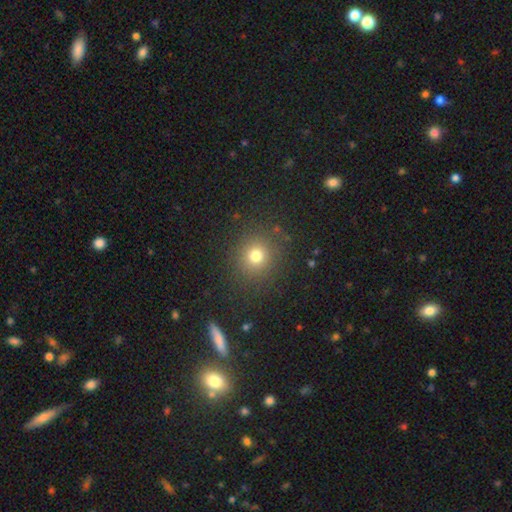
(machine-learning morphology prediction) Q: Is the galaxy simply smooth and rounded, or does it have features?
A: smooth — 74%.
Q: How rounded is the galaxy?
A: round — 87%.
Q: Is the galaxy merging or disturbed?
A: none — 87%.